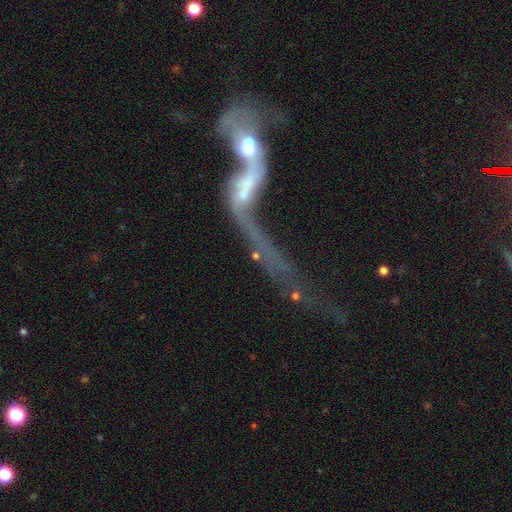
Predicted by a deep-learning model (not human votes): featured or disk 69%, smooth 19%, star or artifact 12%. Down the decision tree: edge-on disk — no (86%); bar — no (62%); spiral arms — yes (55%); bulge size — moderate (39%); merging — merger (75%).